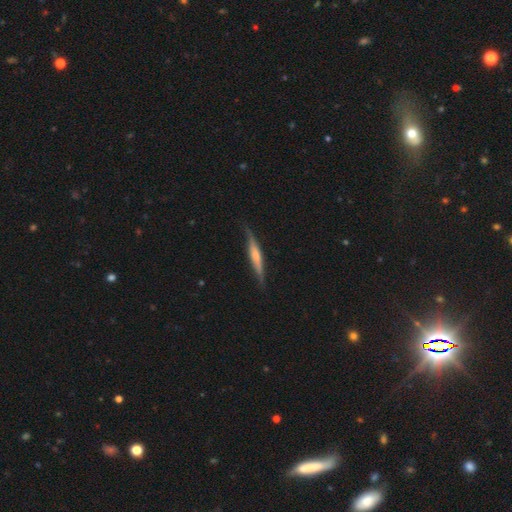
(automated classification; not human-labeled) A featured or disk galaxy (54%) viewed edge-on (95%) with a rounded central bulge (46%).

Vote fractions:
- Smooth or featured? featured or disk: 54% / smooth: 40% / star or artifact: 6%
- Edge-on disk? yes: 95% / no: 5%
- Edge-on bulge? rounded: 46% / none: 29% / boxy: 24%
- Merging? none: 80% / minor disturbance: 15% / major disturbance: 3% / merger: 1%